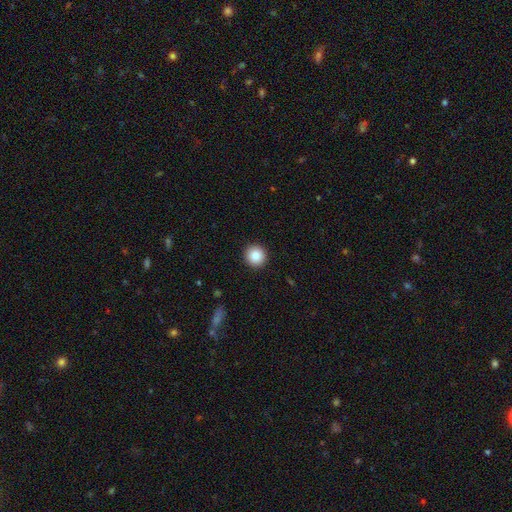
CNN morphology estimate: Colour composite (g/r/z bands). It shows a smooth galaxy with no disk features (86%) that is round (94%). Merging: none (93%).